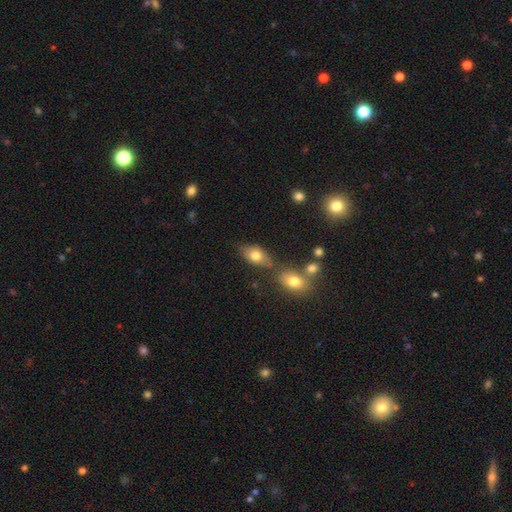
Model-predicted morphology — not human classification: Q: Smooth or featured?
A: smooth (75%); runner-up: featured or disk (16%)
Q: How rounded?
A: in between (85%); runner-up: round (12%)
Q: Merging?
A: none (57%); runner-up: merger (20%)